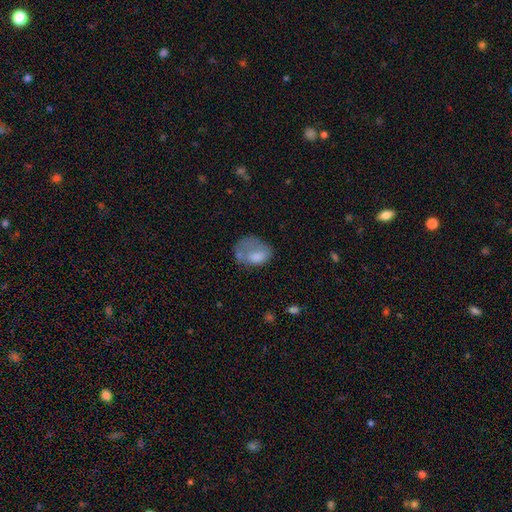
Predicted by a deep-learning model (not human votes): Morphology: type=smooth (65%); roundness=in between (75%); merging=major disturbance (40%).